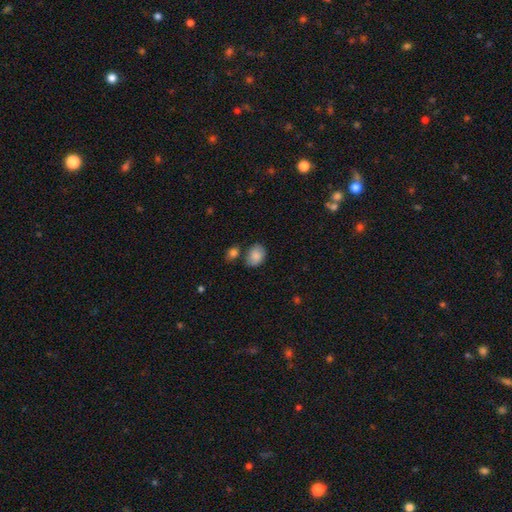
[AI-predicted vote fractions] Smooth or featured?
  - smooth: 84% *
  - featured or disk: 8%
  - star or artifact: 7%
How rounded?
  - in between: 71% *
  - round: 28%
  - cigar-shaped: 1%
Merging?
  - none: 65% *
  - minor disturbance: 19%
  - merger: 11%
  - major disturbance: 5%